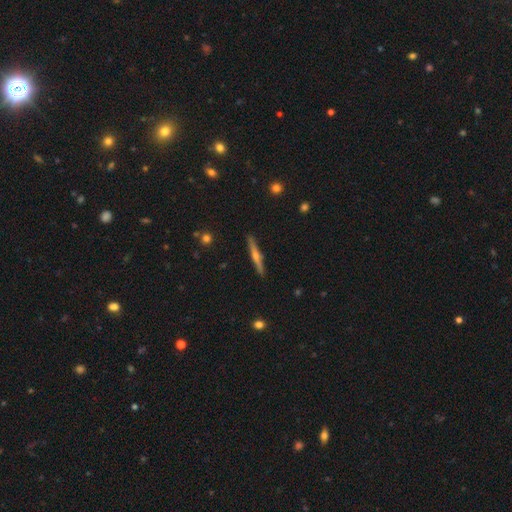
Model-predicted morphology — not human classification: This is likely a featured or disk galaxy (67%). It is clearly viewed edge-on (97%). Edge-on bulge: clearly rounded (81%). Merging: clearly none (90%).